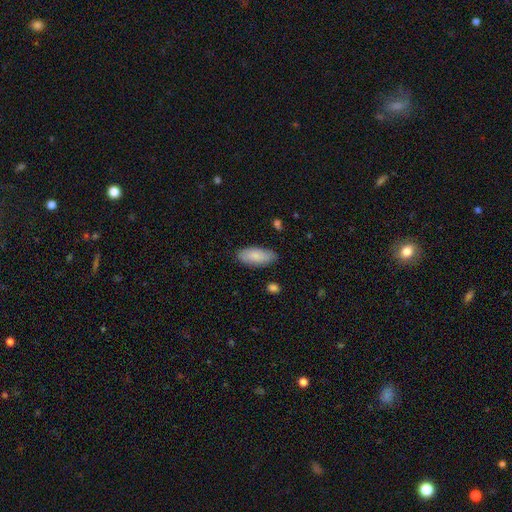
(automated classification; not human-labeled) A smooth galaxy with no disk features (85%) that is in between round and cigar-shaped (86%). Merging: none (83%).